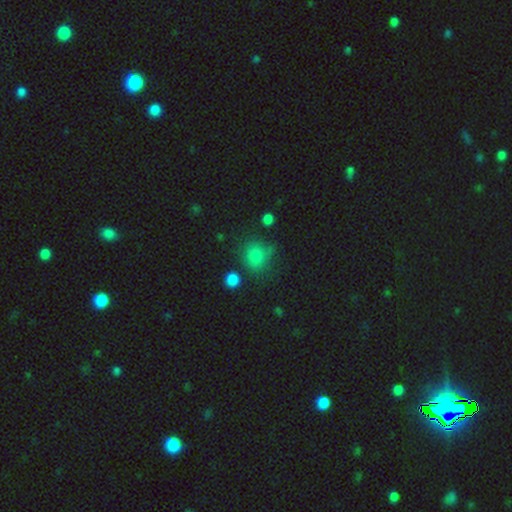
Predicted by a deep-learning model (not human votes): Q: Smooth or featured?
A: smooth (78%); runner-up: star or artifact (16%)
Q: How rounded?
A: round (81%); runner-up: in between (18%)
Q: Merging?
A: none (68%); runner-up: minor disturbance (19%)